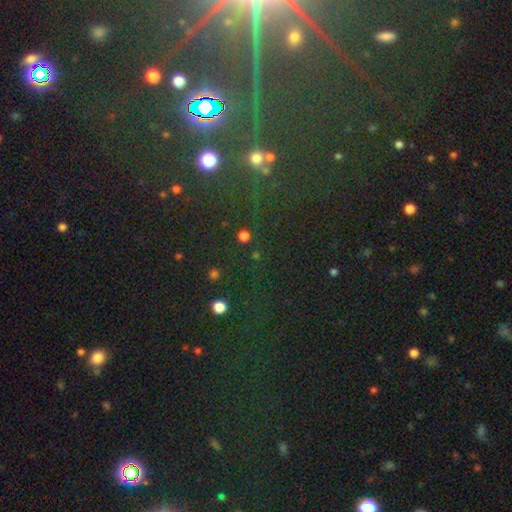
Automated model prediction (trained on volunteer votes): A star or artifact, not a galaxy (76%).